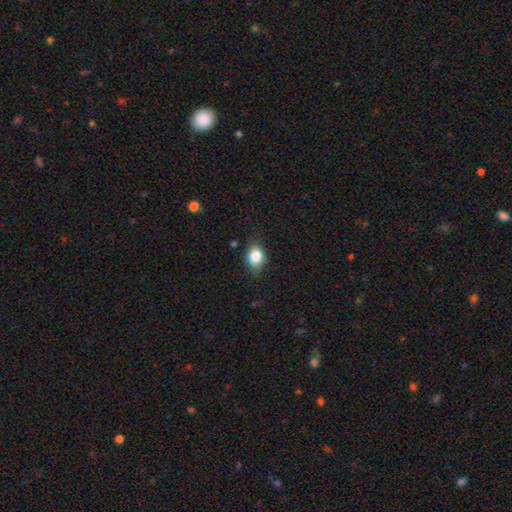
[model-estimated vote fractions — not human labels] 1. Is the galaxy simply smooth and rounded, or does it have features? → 81% smooth, 9% star or artifact, 9% featured or disk.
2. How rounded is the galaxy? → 63% in between, 35% round, 2% cigar-shaped.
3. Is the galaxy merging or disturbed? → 75% none, 20% minor disturbance, 4% major disturbance, 1% merger.